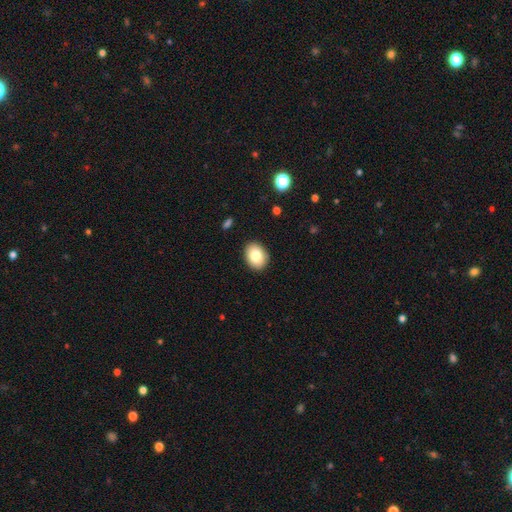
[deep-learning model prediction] This appears to be a smooth galaxy with no disk features (83%) that is in between round and cigar-shaped (62%). Merging: none (90%).